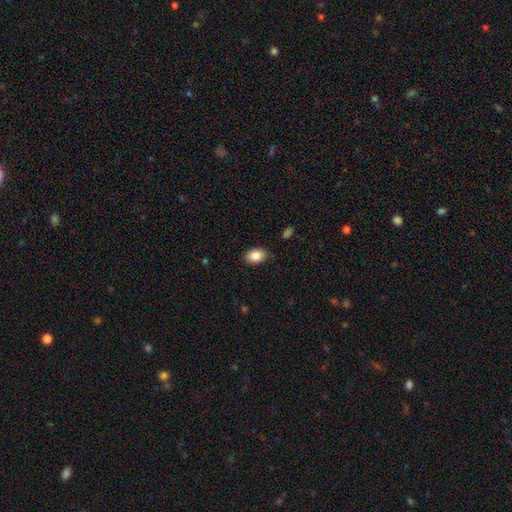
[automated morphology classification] smooth_or_featured: smooth (p=0.85) [alt: star or artifact p=0.08]
how_rounded: in between (p=0.86) [alt: round p=0.13]
merging: none (p=0.85) [alt: minor disturbance p=0.12]